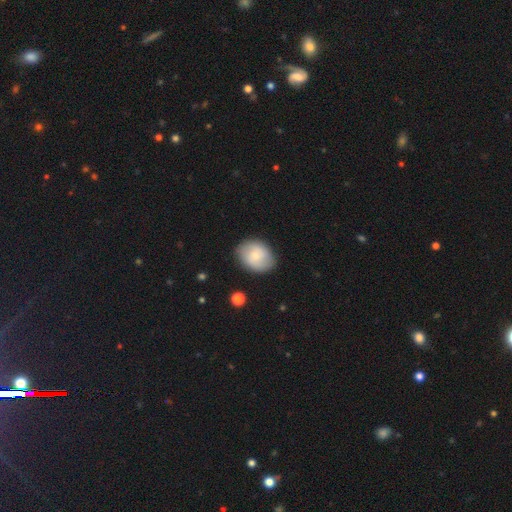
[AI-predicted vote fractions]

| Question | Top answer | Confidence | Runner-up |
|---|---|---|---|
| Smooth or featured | smooth | 62% | featured or disk (31%) |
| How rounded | in between | 58% | round (41%) |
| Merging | none | 82% | minor disturbance (13%) |